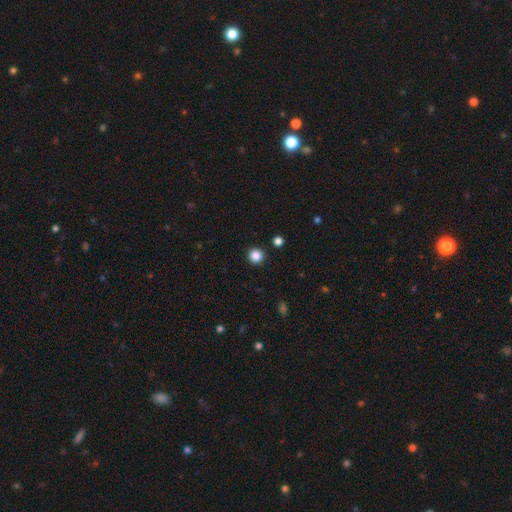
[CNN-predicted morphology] Q: Smooth or featured?
A: smooth (86%); runner-up: star or artifact (11%)
Q: How rounded?
A: round (94%); runner-up: in between (5%)
Q: Merging?
A: none (92%); runner-up: minor disturbance (5%)